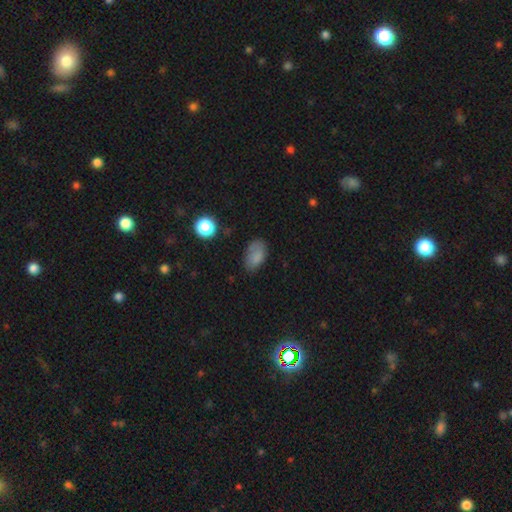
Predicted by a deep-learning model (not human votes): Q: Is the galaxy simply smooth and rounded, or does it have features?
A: smooth — 81%.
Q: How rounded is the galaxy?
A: in between — 90%.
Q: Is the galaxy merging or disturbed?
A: none — 67%.